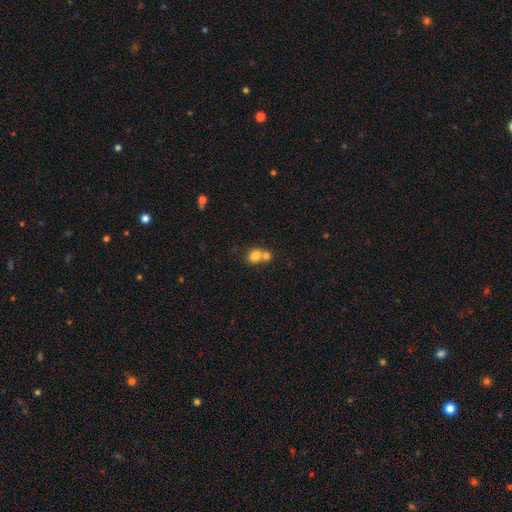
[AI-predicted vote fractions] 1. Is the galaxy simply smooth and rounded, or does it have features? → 78% smooth, 11% featured or disk, 11% star or artifact.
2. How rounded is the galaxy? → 72% round, 27% in between, 1% cigar-shaped.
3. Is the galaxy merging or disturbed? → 56% merger, 35% none, 7% minor disturbance, 3% major disturbance.